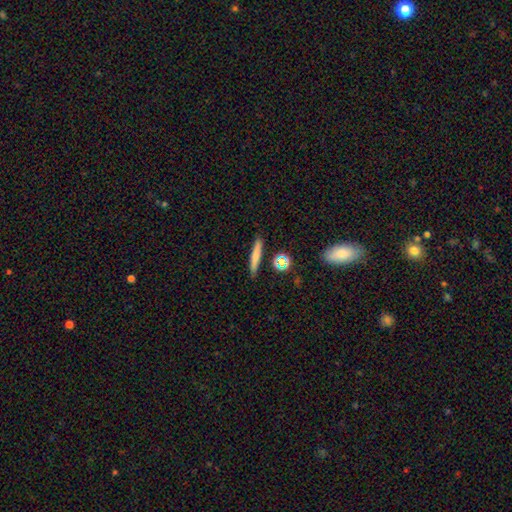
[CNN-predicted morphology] The model was most divided on "smooth or featured": smooth: 71%, featured or disk: 19%, star or artifact: 10%. More confident: how rounded — cigar-shaped (90%); merging — none (87%).